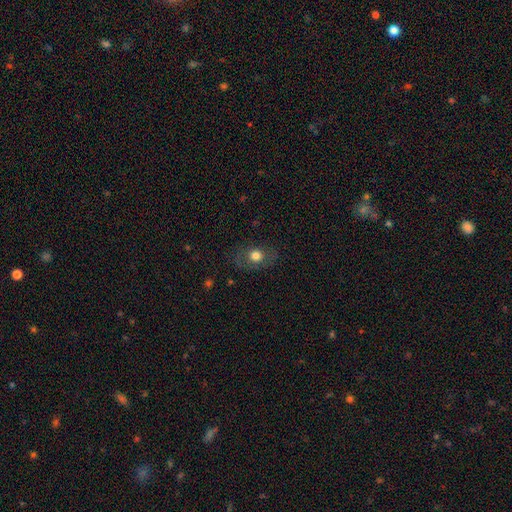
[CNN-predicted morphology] Overall: smooth (69%). How rounded: round (52%; in between 46%). Merging: none (77%).